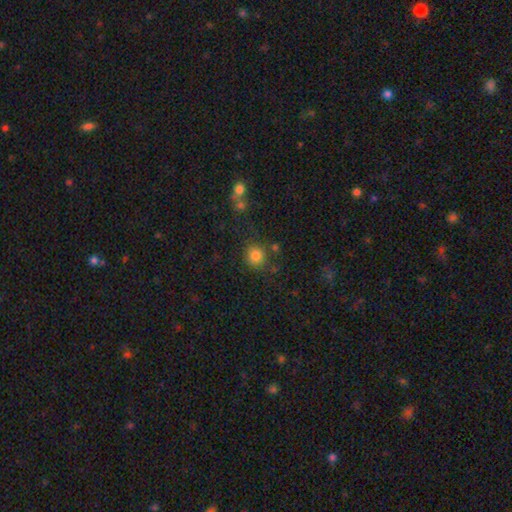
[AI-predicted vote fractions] A smooth galaxy with no disk features (82%) that is round (87%).

Vote fractions:
- Smooth or featured? smooth: 82% / star or artifact: 12% / featured or disk: 6%
- How rounded? round: 87% / in between: 12% / cigar-shaped: 1%
- Merging? none: 77% / minor disturbance: 11% / merger: 7% / major disturbance: 5%